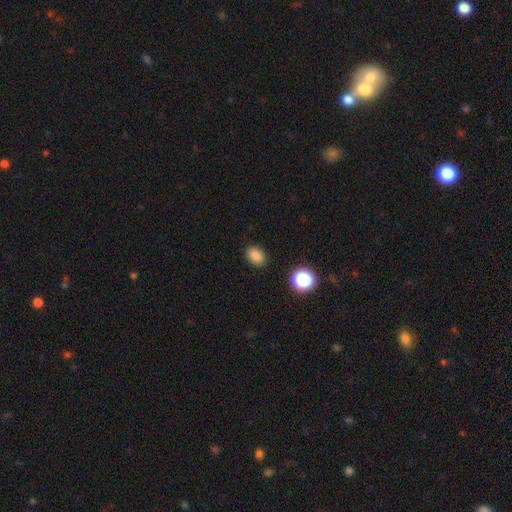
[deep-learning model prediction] Smooth or featured?
  - smooth: 83% *
  - star or artifact: 12%
  - featured or disk: 5%
How rounded?
  - in between: 73% *
  - round: 26%
  - cigar-shaped: 1%
Merging?
  - none: 88% *
  - minor disturbance: 8%
  - major disturbance: 2%
  - merger: 2%